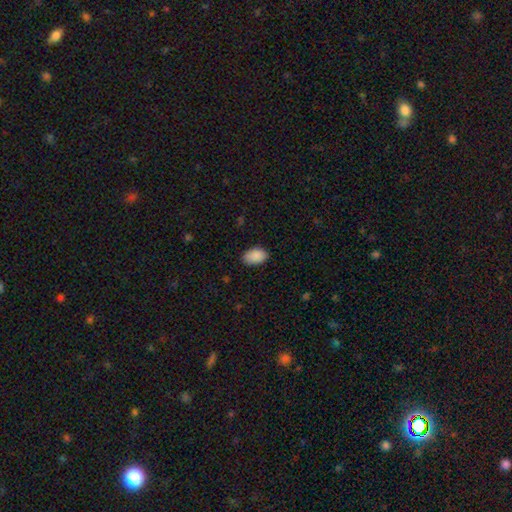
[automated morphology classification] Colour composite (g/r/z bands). It shows a smooth galaxy with no disk features (90%) that is in between round and cigar-shaped (91%). Merging: none (84%).